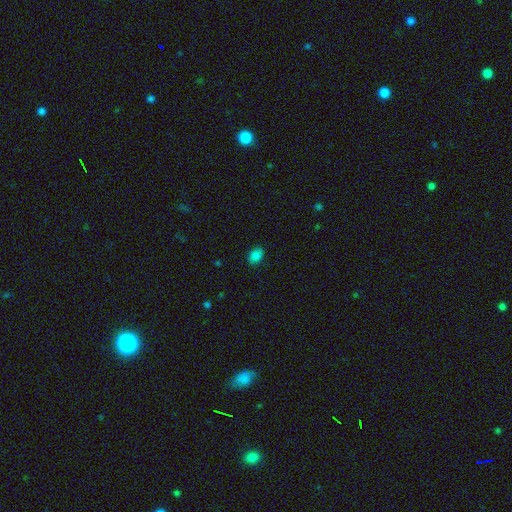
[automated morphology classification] A smooth galaxy with no disk features (83%) that is in between round and cigar-shaped (76%).

Vote fractions:
- Smooth or featured? smooth: 83% / star or artifact: 12% / featured or disk: 6%
- How rounded? in between: 76% / round: 23% / cigar-shaped: 1%
- Merging? none: 87% / minor disturbance: 10% / major disturbance: 2% / merger: 1%